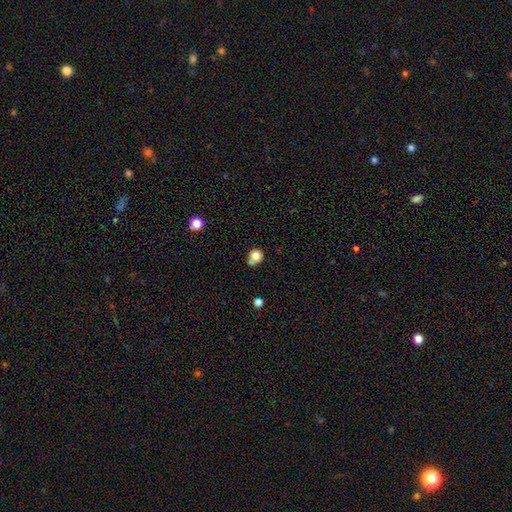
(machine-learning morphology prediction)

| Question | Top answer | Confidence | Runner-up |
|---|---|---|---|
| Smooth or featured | smooth | 77% | featured or disk (12%) |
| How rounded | round | 84% | in between (15%) |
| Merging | none | 52% | merger (30%) |